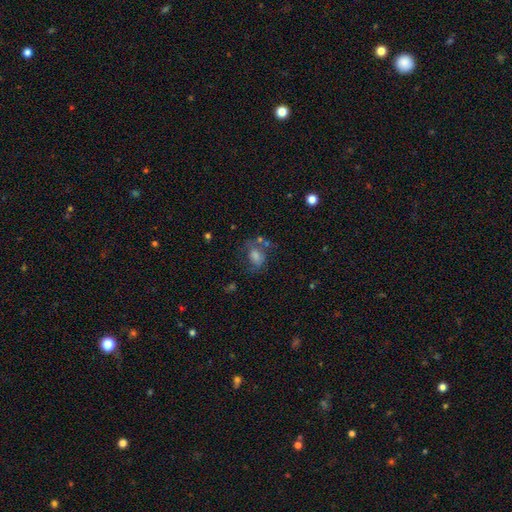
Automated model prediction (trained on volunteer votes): Smooth or featured?
  - smooth: 50% *
  - featured or disk: 33%
  - star or artifact: 16%
How rounded?
  - in between: 61% *
  - round: 37%
  - cigar-shaped: 2%
Merging?
  - none: 50% *
  - minor disturbance: 21%
  - major disturbance: 19%
  - merger: 10%